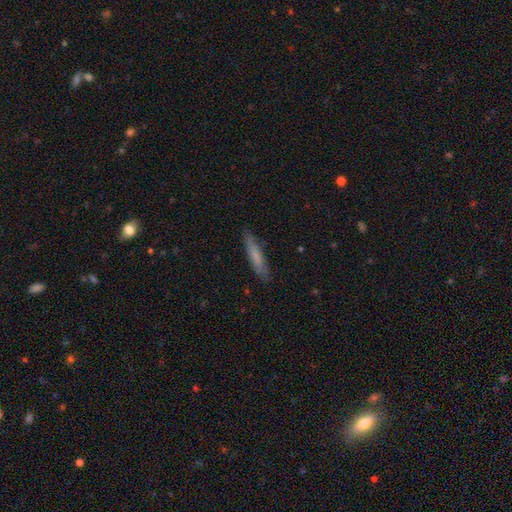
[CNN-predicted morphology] Smooth or featured? smooth (67%)
How rounded? cigar-shaped (86%)
Merging? none (83%)